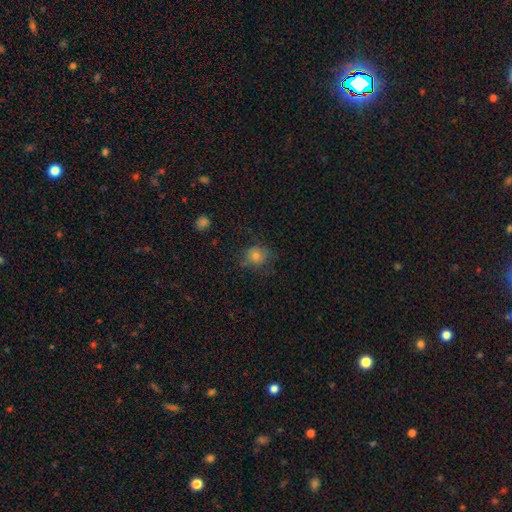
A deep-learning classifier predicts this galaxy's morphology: Smooth or featured: smooth — 73% (star or artifact — 16%)
How rounded: round — 82% (in between — 17%)
Merging: none — 74% (minor disturbance — 18%)